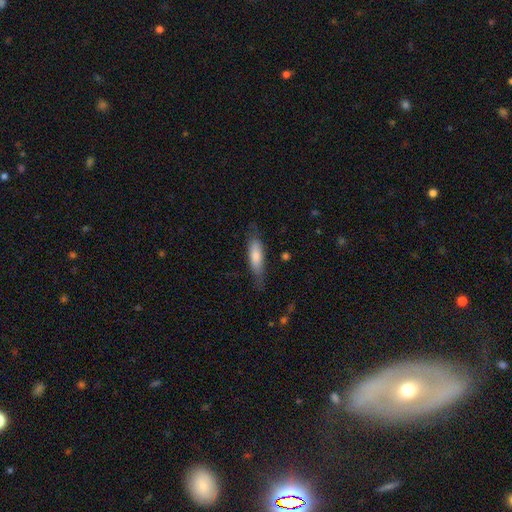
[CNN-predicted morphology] This appears to be a smooth galaxy with no disk features (69%) that is cigar-shaped (60%). Merging: none (72%).